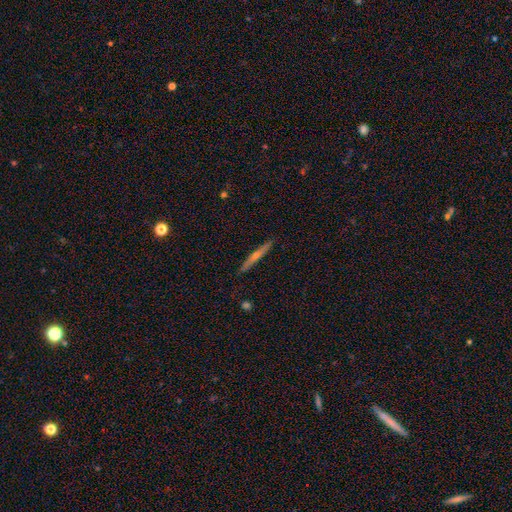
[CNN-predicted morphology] Q: Smooth or featured?
A: featured or disk (66%); runner-up: smooth (27%)
Q: Edge-on disk?
A: yes (97%); runner-up: no (3%)
Q: Edge-on bulge?
A: rounded (78%); runner-up: none (18%)
Q: Merging?
A: none (90%); runner-up: minor disturbance (7%)